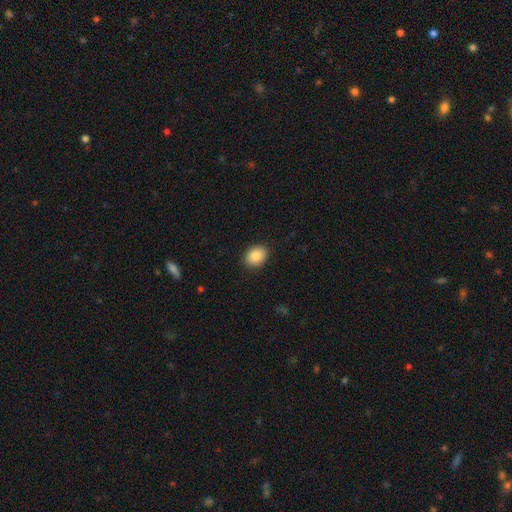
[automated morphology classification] smooth-or-featured: smooth: 87% | star or artifact: 8% | featured or disk: 6%
  how-rounded: in between: 65% | round: 34% | cigar-shaped: 1%
  merging: none: 90% | minor disturbance: 7% | major disturbance: 2% | merger: 1%